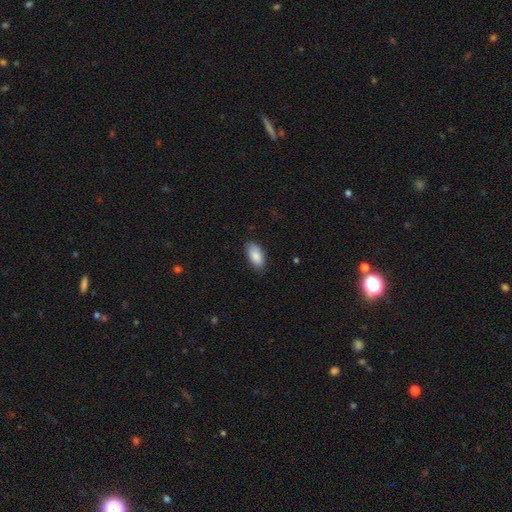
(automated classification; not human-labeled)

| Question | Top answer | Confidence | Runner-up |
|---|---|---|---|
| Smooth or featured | smooth | 87% | featured or disk (7%) |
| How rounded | in between | 92% | cigar-shaped (6%) |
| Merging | none | 81% | minor disturbance (15%) |